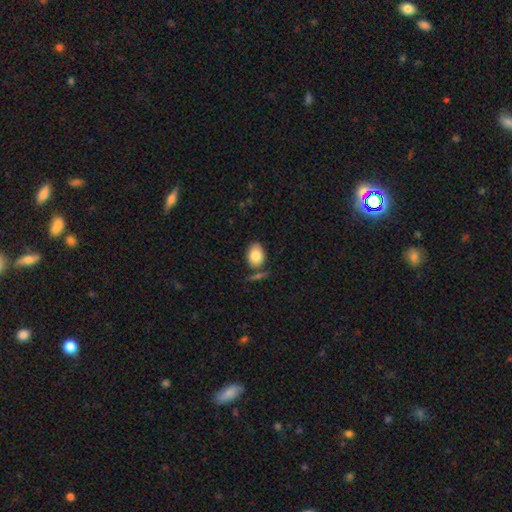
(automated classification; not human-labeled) A smooth galaxy with no disk features (82%) that is in between round and cigar-shaped (75%). Merging: none (68%).